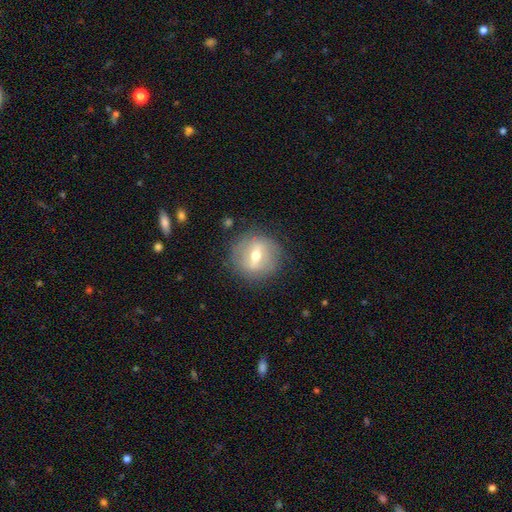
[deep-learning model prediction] smooth_or_featured: featured or disk (p=0.58) [alt: smooth p=0.34]
disk_edge_on: no (p=0.81) [alt: yes p=0.19]
merging: none (p=0.83) [alt: minor disturbance p=0.11]